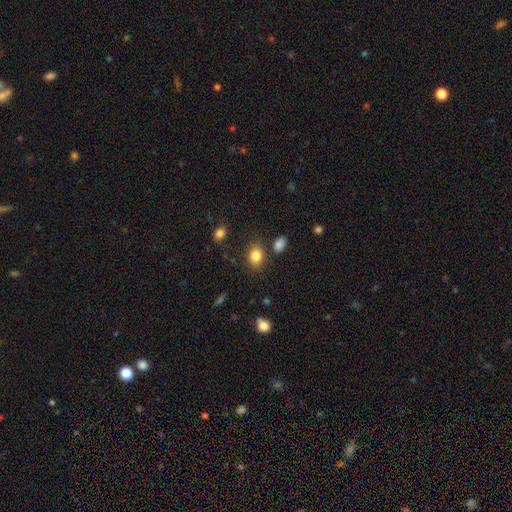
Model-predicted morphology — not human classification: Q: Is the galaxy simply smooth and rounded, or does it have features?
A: smooth — 84%.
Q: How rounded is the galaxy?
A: in between — 64%.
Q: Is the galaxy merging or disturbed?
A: none — 79%.